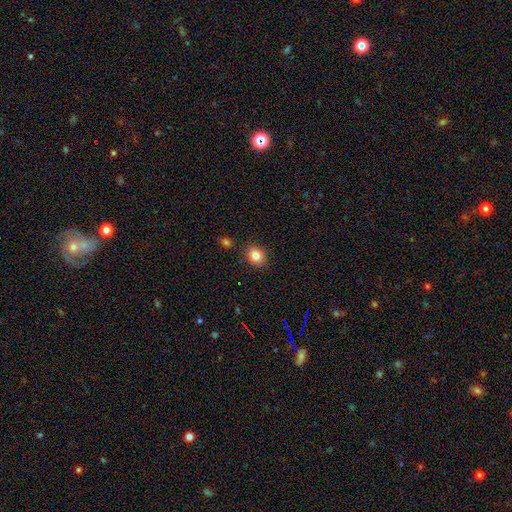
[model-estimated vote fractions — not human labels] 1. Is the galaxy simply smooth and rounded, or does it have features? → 83% smooth, 10% star or artifact, 6% featured or disk.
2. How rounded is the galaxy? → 61% round, 38% in between, 1% cigar-shaped.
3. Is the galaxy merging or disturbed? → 87% none, 8% minor disturbance, 3% merger, 2% major disturbance.